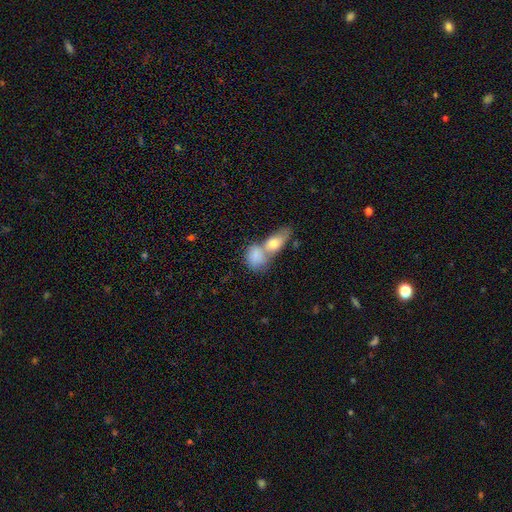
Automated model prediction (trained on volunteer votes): Smooth or featured? smooth (80%)
How rounded? in between (66%)
Merging? merger (68%)